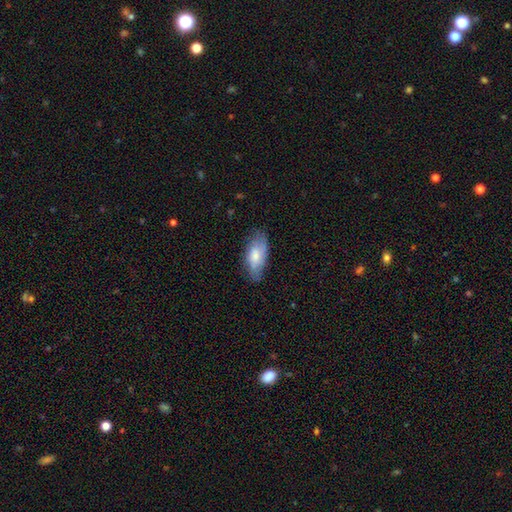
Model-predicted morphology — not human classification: Smooth or featured: smooth — 67% (featured or disk — 27%)
How rounded: in between — 85% (cigar-shaped — 12%)
Merging: none — 69% (minor disturbance — 24%)